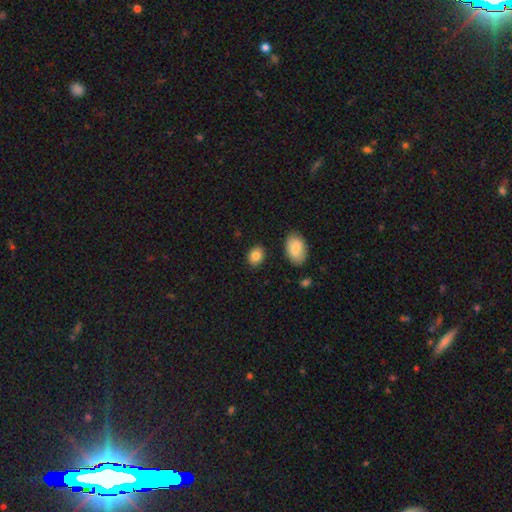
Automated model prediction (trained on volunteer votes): Smooth or featured? smooth (85%)
How rounded? in between (59%)
Merging? none (85%)